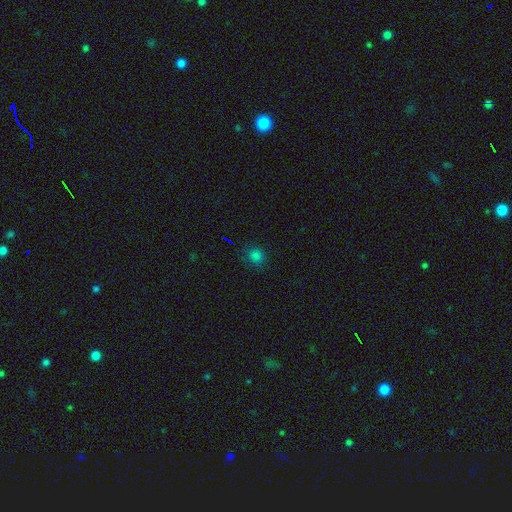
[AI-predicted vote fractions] smooth 78%, star or artifact 18%, featured or disk 4%. Down the decision tree: how rounded — round (86%); merging — none (85%).